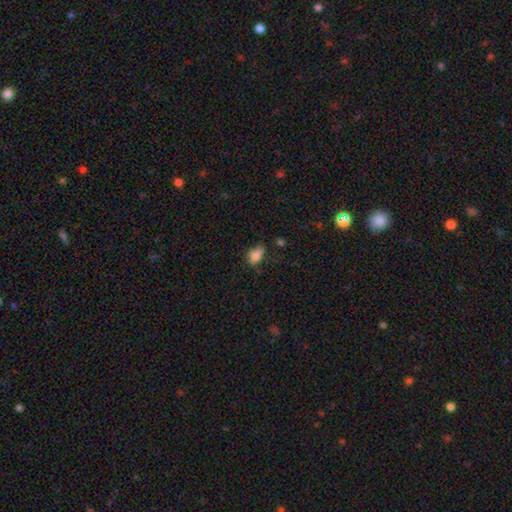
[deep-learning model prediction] A smooth galaxy with no disk features (84%) that is in between round and cigar-shaped (88%). Merging: none (61%).